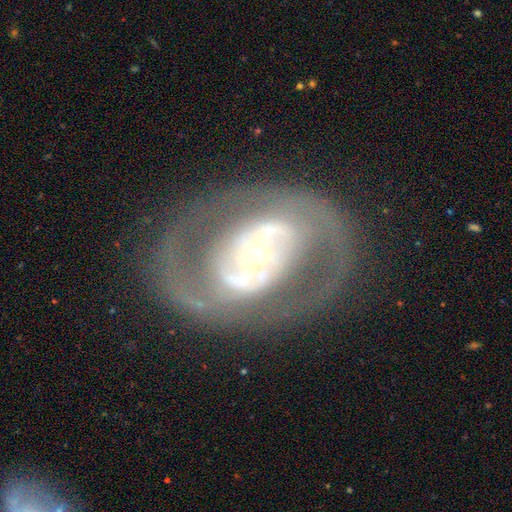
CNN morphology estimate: The model was most divided on "bar": strong: 39%, weak: 31%, no: 30%. Remaining: edge-on disk — no (95%); smooth or featured — featured or disk (84%); spiral arm count — 2 (77%); merging — none (75%); spiral arms — yes (68%); bulge size — moderate (53%); spiral winding — medium (44%).